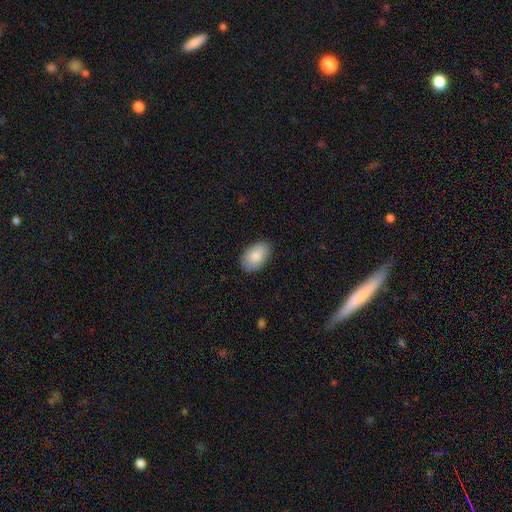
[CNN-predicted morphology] smooth_or_featured: smooth (p=0.86) [alt: featured or disk p=0.08]
how_rounded: in between (p=0.93) [alt: round p=0.05]
merging: none (p=0.83) [alt: minor disturbance p=0.13]